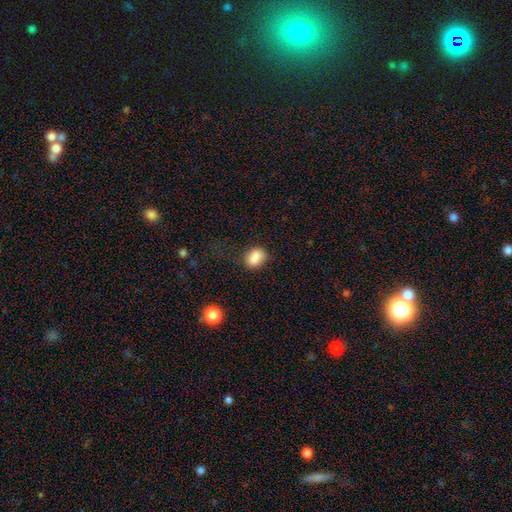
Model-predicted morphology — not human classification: Q: Smooth or featured?
A: smooth (85%); runner-up: star or artifact (9%)
Q: How rounded?
A: in between (64%); runner-up: round (34%)
Q: Merging?
A: none (69%); runner-up: minor disturbance (20%)